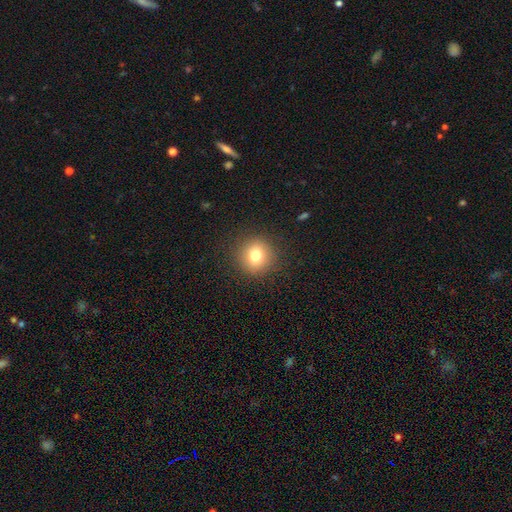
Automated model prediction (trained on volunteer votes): The model was most divided on "smooth or featured": smooth: 78%, star or artifact: 12%, featured or disk: 10%. More confident: merging — none (90%); how rounded — round (89%).